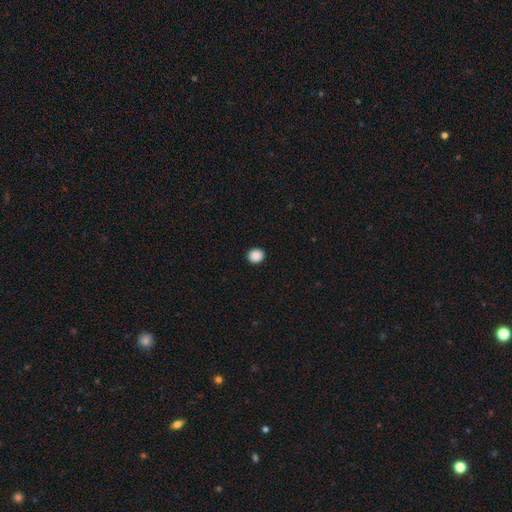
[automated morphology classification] Smooth or featured: smooth — 89% (star or artifact — 9%)
How rounded: round — 82% (in between — 17%)
Merging: none — 93% (minor disturbance — 5%)